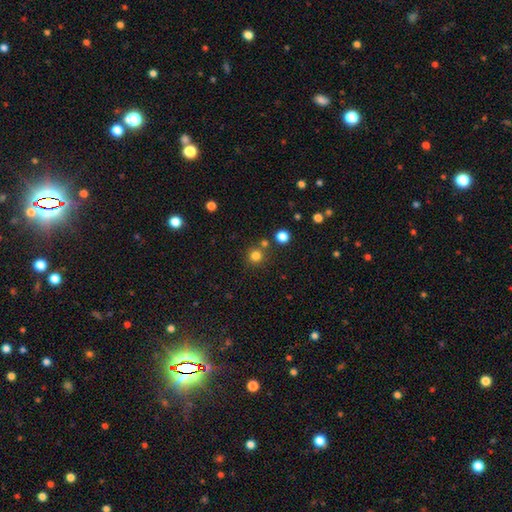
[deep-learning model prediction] A smooth galaxy with no disk features (80%) that is round (93%). Merging: none (77%).